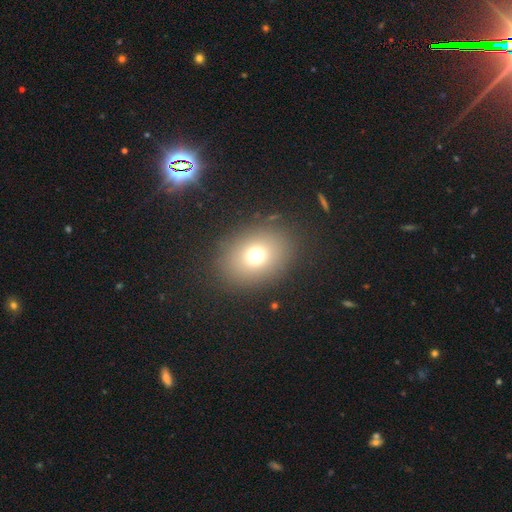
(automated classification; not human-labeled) This is likely a smooth galaxy (72%). How rounded: possibly in between (52%). Merging: clearly none (85%).